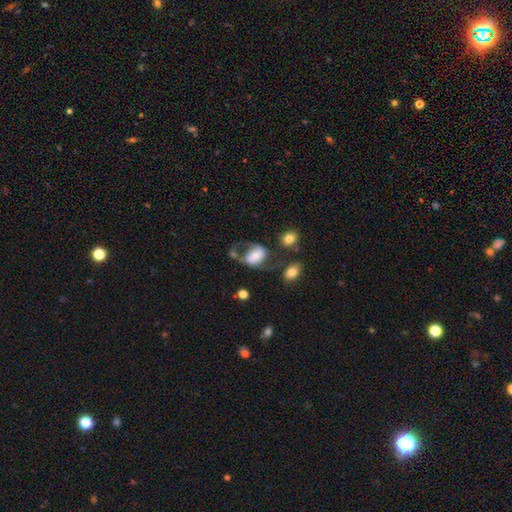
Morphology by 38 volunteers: smooth_or_featured: smooth (p=0.50) [tied with: featured or disk p=0.50]
how_rounded: in between (p=0.58) [alt: round p=0.42]
merging: none (p=0.45) [alt: major disturbance p=0.29]